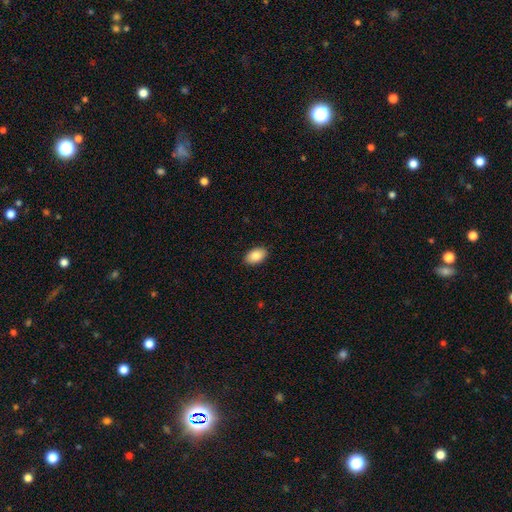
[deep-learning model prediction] Overall: smooth (86%). How rounded: in between (92%). Merging: none (90%).